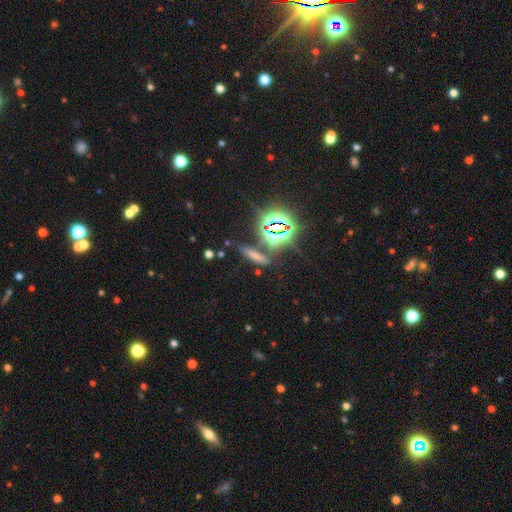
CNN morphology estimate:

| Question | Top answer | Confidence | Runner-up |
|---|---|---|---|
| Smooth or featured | smooth | 49% | star or artifact (38%) |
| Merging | none | 74% | minor disturbance (12%) |